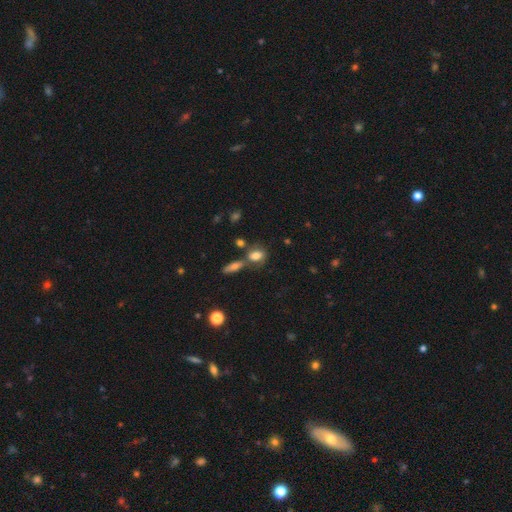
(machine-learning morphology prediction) Q: Smooth or featured?
A: smooth (75%); runner-up: featured or disk (15%)
Q: How rounded?
A: in between (65%); runner-up: round (29%)
Q: Merging?
A: none (53%); runner-up: merger (26%)